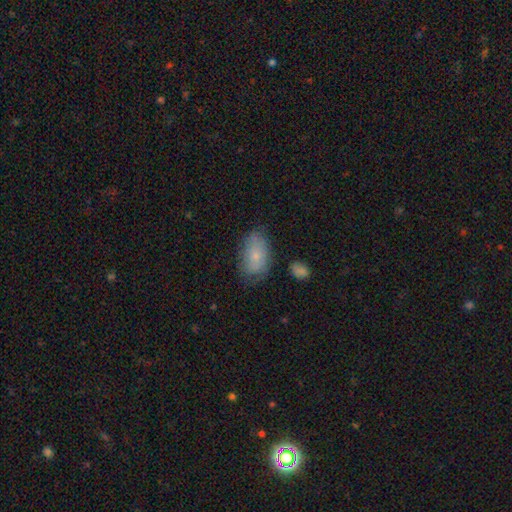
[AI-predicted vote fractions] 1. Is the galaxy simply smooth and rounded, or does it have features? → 75% smooth, 18% featured or disk, 7% star or artifact.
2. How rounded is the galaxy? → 91% in between, 7% round, 2% cigar-shaped.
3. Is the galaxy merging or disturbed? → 62% none, 27% minor disturbance, 8% major disturbance, 3% merger.